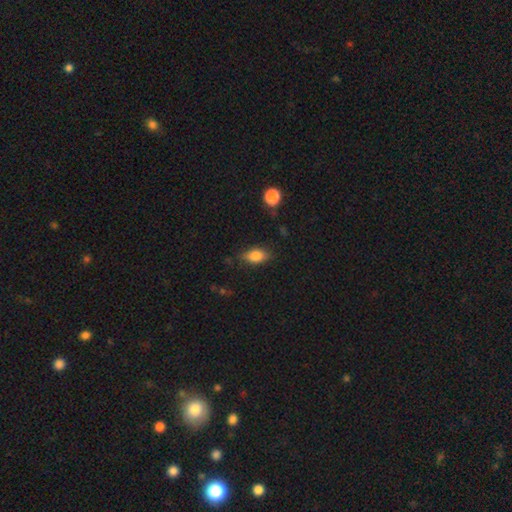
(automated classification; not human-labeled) Overall: smooth (81%). How rounded: in between (85%). Merging: none (79%).